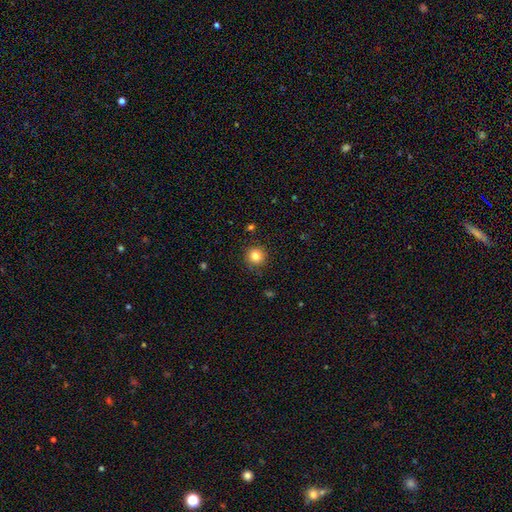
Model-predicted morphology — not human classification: Q: Smooth or featured?
A: smooth (82%); runner-up: star or artifact (12%)
Q: How rounded?
A: round (94%); runner-up: in between (5%)
Q: Merging?
A: none (89%); runner-up: minor disturbance (8%)